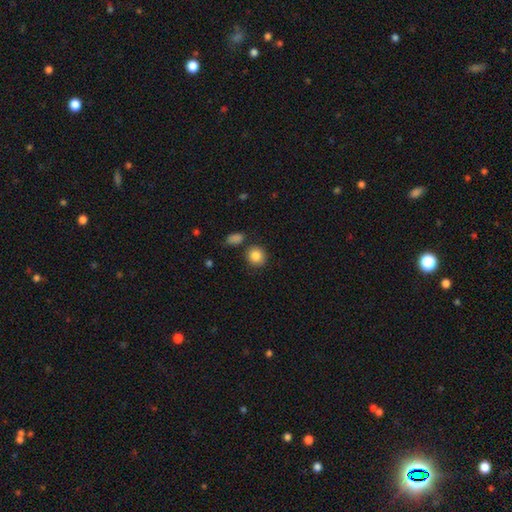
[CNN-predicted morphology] This is clearly a smooth galaxy (86%). How rounded: clearly round (86%). Merging: clearly none (82%).